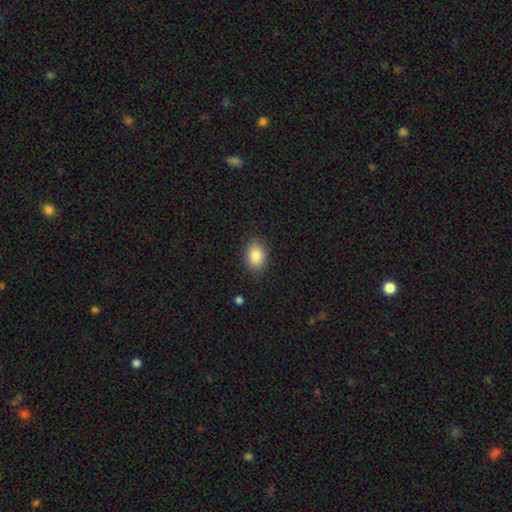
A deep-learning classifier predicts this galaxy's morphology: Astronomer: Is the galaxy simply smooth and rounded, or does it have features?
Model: smooth — 87%.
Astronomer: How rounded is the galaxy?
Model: in between — 77%.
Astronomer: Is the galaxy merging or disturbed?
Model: none — 86%.